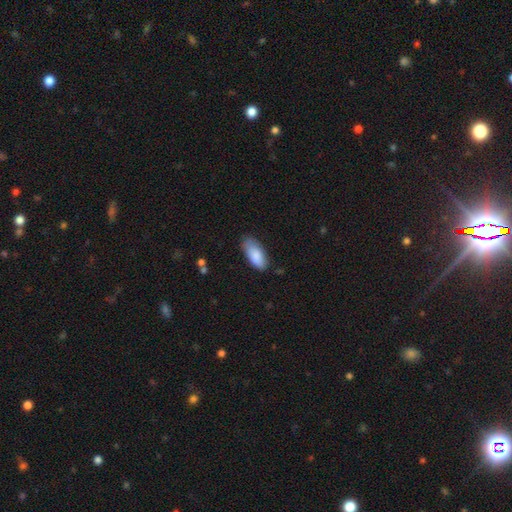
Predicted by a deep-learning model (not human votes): Smooth or featured: smooth — 86% (featured or disk — 8%)
How rounded: in between — 86% (cigar-shaped — 12%)
Merging: none — 70% (minor disturbance — 24%)